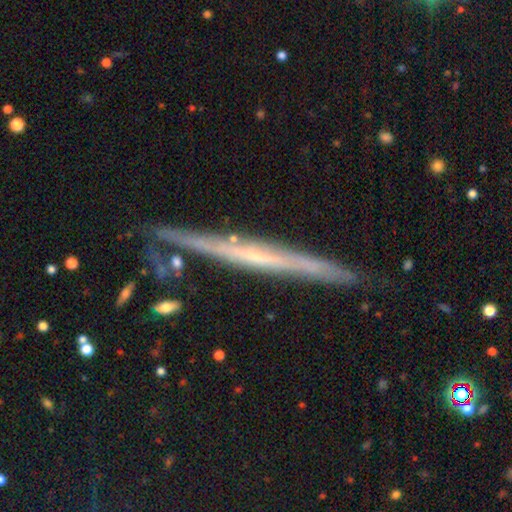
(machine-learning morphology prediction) featured or disk 72%, smooth 18%, star or artifact 10%. Down the decision tree: edge-on disk — yes (95%); edge-on bulge — none (69%); merging — none (84%).